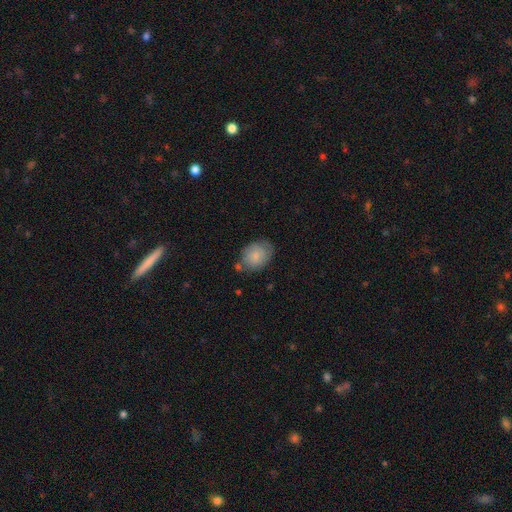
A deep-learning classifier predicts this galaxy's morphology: Smooth or featured: smooth — 76% (featured or disk — 17%)
How rounded: in between — 61% (round — 38%)
Merging: none — 60% (minor disturbance — 25%)